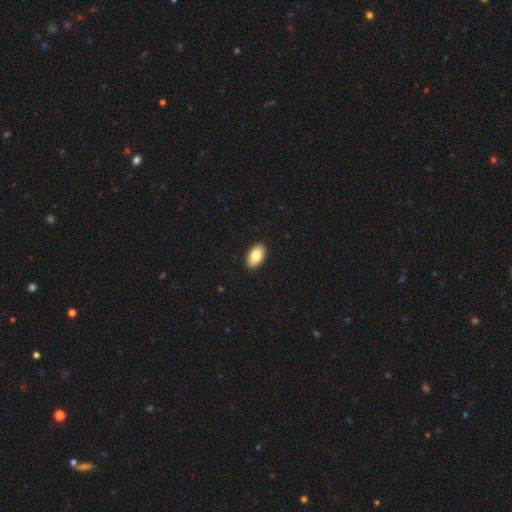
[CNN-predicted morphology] Smooth or featured?
  - smooth: 81% *
  - featured or disk: 12%
  - star or artifact: 6%
How rounded?
  - in between: 94% *
  - round: 4%
  - cigar-shaped: 2%
Merging?
  - none: 91% *
  - minor disturbance: 6%
  - major disturbance: 2%
  - merger: 1%